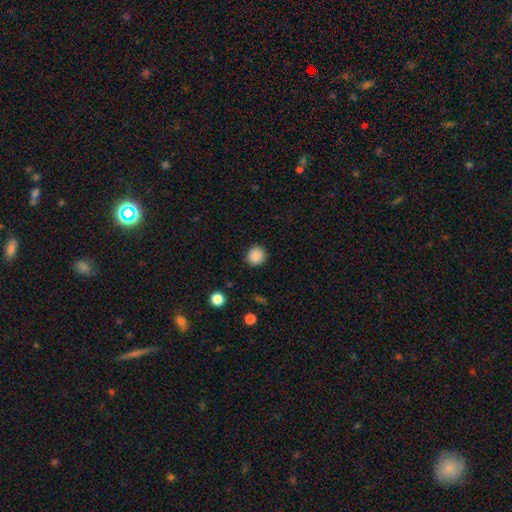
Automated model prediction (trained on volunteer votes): Smooth or featured: smooth — 88% (star or artifact — 9%)
How rounded: round — 91% (in between — 8%)
Merging: none — 91% (minor disturbance — 6%)